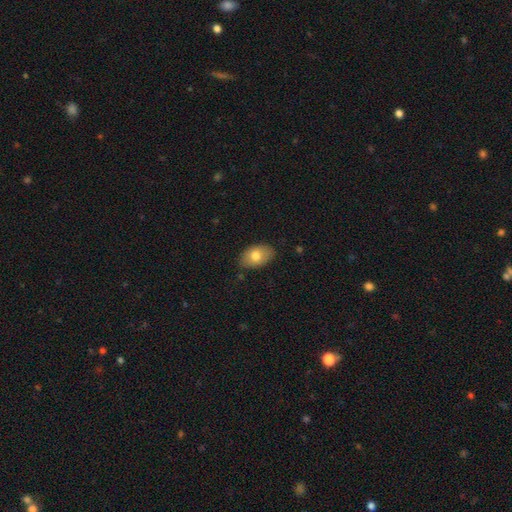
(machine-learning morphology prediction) smooth_or_featured: smooth (p=0.75) [alt: featured or disk p=0.18]
how_rounded: in between (p=0.90) [alt: round p=0.09]
merging: none (p=0.80) [alt: minor disturbance p=0.16]